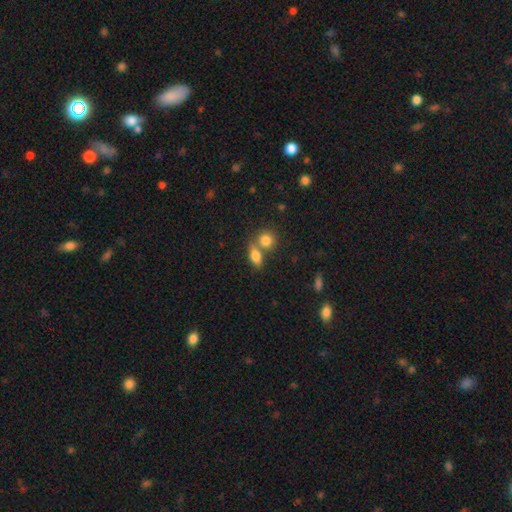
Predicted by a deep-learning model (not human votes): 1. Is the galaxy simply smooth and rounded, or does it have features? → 79% smooth, 12% featured or disk, 9% star or artifact.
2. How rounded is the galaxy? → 74% in between, 18% round, 7% cigar-shaped.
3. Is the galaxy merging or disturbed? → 43% merger (tied), 43% none (tied), 10% minor disturbance, 4% major disturbance.